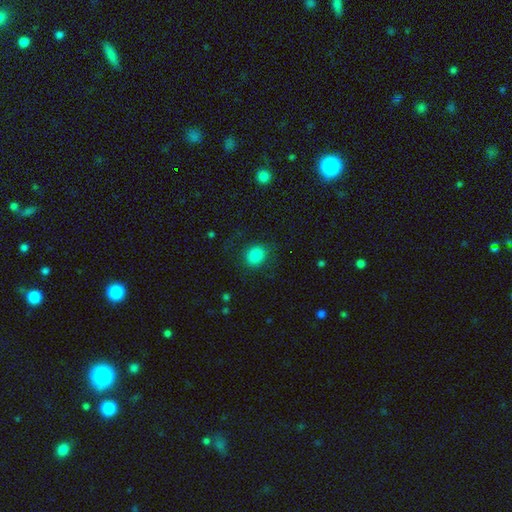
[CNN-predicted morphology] smooth 85%, star or artifact 9%, featured or disk 5%. Down the decision tree: how rounded — round (65%); merging — none (81%).